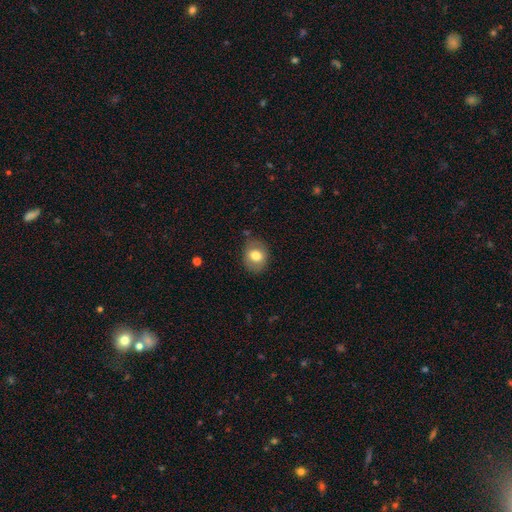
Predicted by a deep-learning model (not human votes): A smooth galaxy with no disk features (75%) that is round (55%). Merging: none (79%).